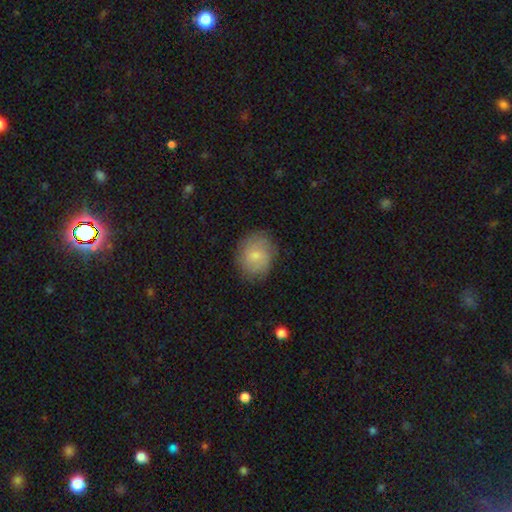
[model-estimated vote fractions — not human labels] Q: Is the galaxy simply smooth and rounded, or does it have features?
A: smooth — 67%.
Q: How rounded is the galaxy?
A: round — 68%.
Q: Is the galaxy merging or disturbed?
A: none — 77%.